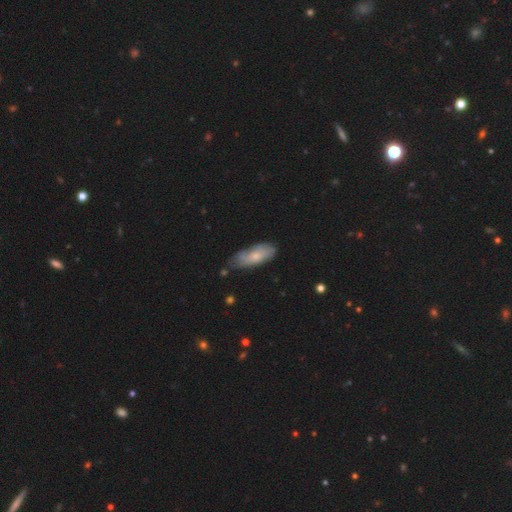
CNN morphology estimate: Smooth or featured? Predicted: smooth (p=0.62). How rounded? Predicted: in between (p=0.73). Merging? Predicted: none (p=0.56).